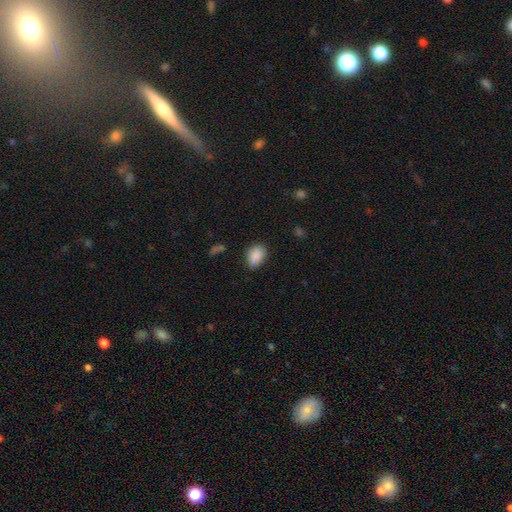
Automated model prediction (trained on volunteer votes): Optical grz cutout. It shows a smooth galaxy with no disk features (87%) that is in between round and cigar-shaped (81%). Merging: none (74%).